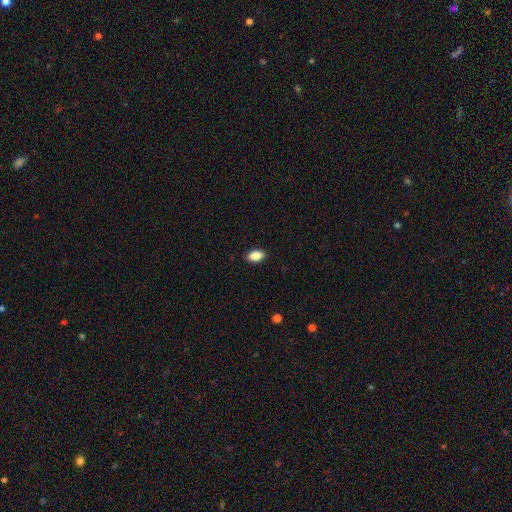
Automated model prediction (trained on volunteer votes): Smooth or featured: smooth — 88% (star or artifact — 8%)
How rounded: in between — 92% (round — 5%)
Merging: none — 90% (minor disturbance — 8%)